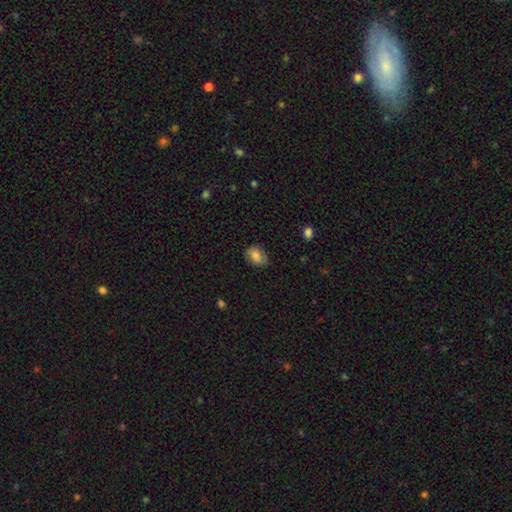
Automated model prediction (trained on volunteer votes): smooth_or_featured: smooth (p=0.74) [alt: featured or disk p=0.17]
how_rounded: in between (p=0.70) [alt: round p=0.29]
merging: none (p=0.76) [alt: minor disturbance p=0.18]